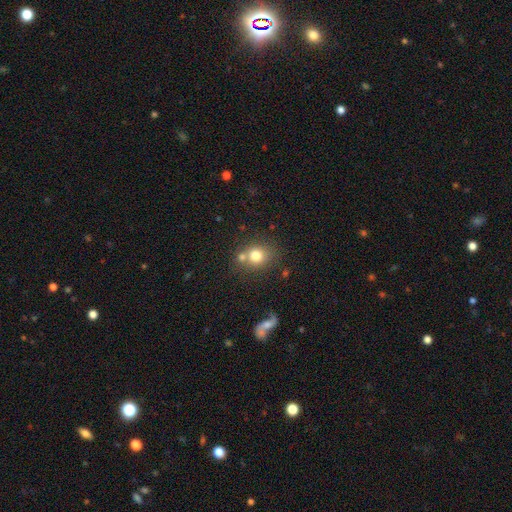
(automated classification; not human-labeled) The model was most divided on "merging": none: 58%, merger: 27%, minor disturbance: 11%, major disturbance: 4%. More confident: smooth or featured — smooth (77%); how rounded — round (74%).